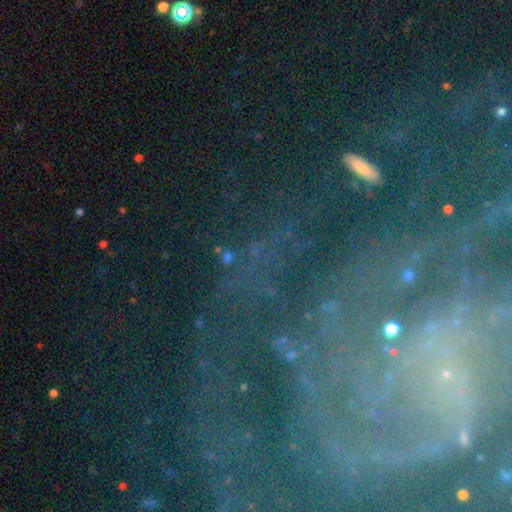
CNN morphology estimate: type=star or artifact (48%).